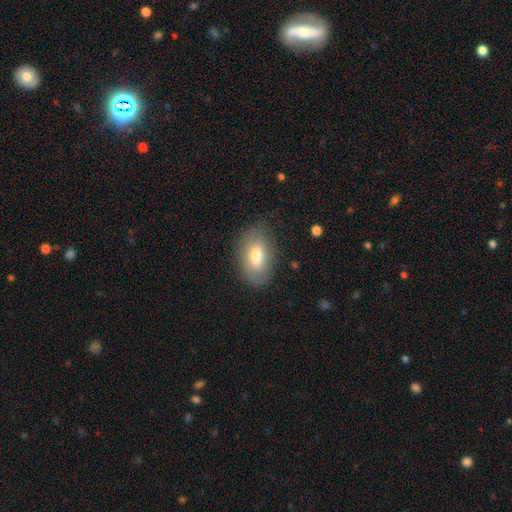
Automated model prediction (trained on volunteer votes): Smooth or featured? Predicted: smooth (p=0.70). How rounded? Predicted: in between (p=0.90). Merging? Predicted: none (p=0.77).